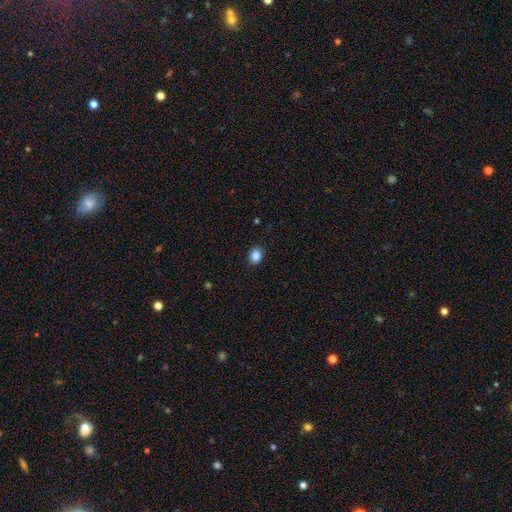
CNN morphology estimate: smooth-or-featured: smooth: 87% | star or artifact: 10% | featured or disk: 3%
  how-rounded: round: 52% | in between: 47% | cigar-shaped: 1%
  merging: none: 88% | minor disturbance: 9% | major disturbance: 2% | merger: 1%